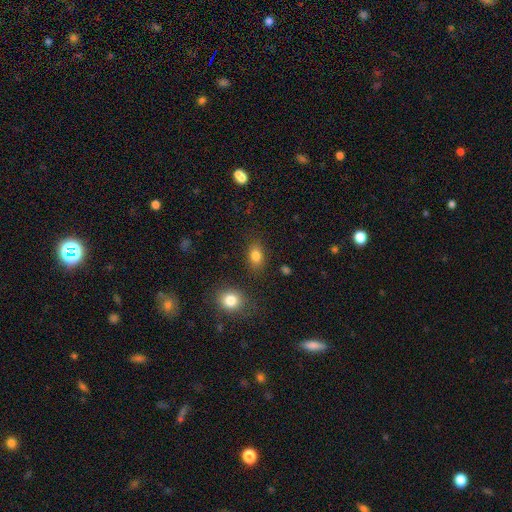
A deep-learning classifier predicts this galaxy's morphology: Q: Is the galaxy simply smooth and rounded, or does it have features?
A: smooth — 83%.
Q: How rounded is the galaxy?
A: in between — 77%.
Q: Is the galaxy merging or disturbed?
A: none — 82%.